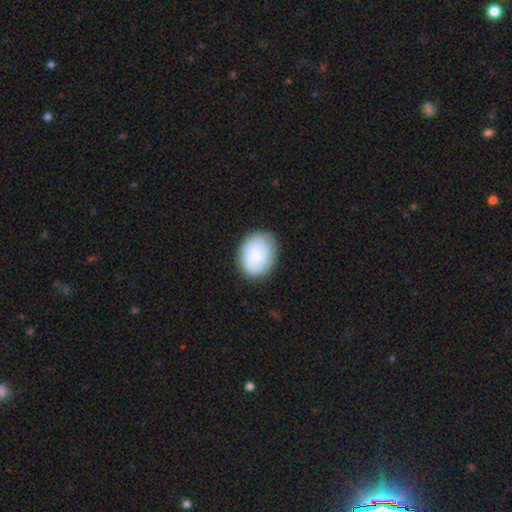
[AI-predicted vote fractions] Smooth or featured: smooth — 82% (featured or disk — 11%)
How rounded: in between — 55% (round — 44%)
Merging: none — 83% (minor disturbance — 13%)